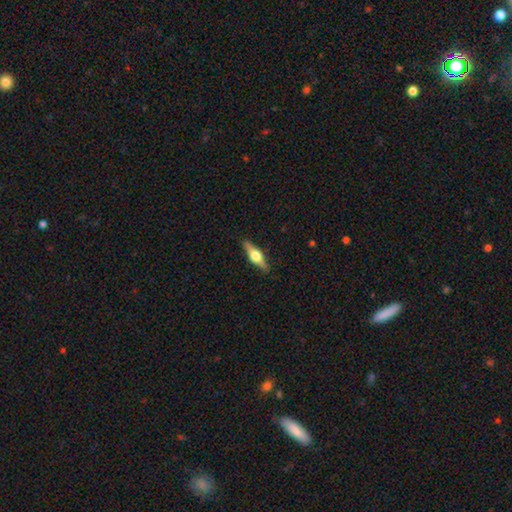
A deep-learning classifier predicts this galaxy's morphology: Smooth or featured?
  - featured or disk: 68% *
  - smooth: 27%
  - star or artifact: 6%
Edge-on disk?
  - yes: 97% *
  - no: 3%
Edge-on bulge?
  - rounded: 95% *
  - boxy: 4%
  - none: 1%
Merging?
  - none: 89% *
  - minor disturbance: 8%
  - major disturbance: 2%
  - merger: 1%